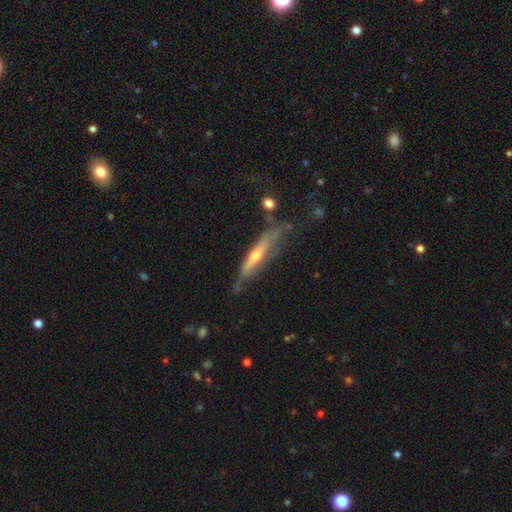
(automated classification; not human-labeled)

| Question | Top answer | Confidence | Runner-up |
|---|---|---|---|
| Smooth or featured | featured or disk | 66% | smooth (28%) |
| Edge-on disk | yes | 83% | no (17%) |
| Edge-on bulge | rounded | 76% | none (18%) |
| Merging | none | 53% | minor disturbance (28%) |